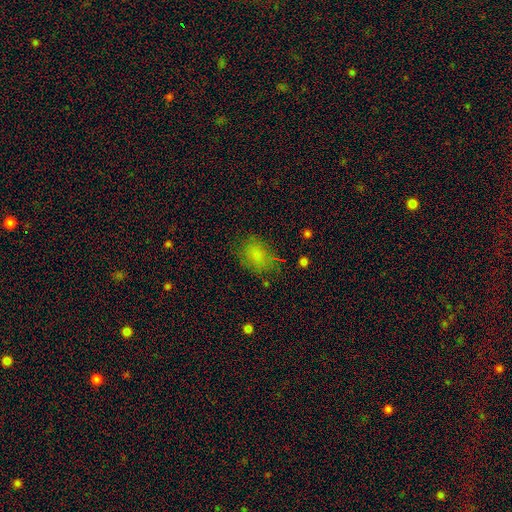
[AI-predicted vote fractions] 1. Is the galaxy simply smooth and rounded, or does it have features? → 77% smooth, 14% star or artifact, 9% featured or disk.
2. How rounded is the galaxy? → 61% in between, 38% round, 1% cigar-shaped.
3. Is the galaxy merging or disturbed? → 69% none, 21% minor disturbance, 9% major disturbance, 2% merger.